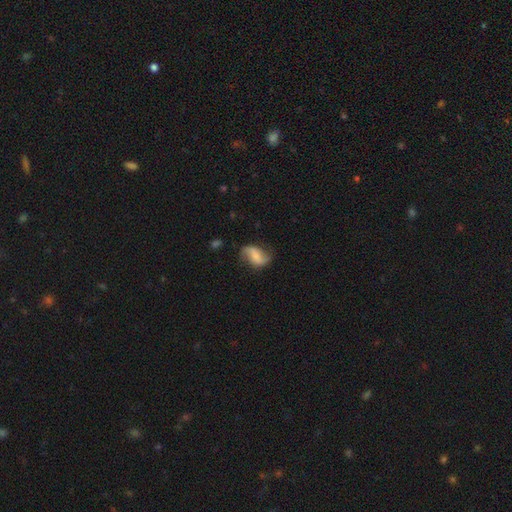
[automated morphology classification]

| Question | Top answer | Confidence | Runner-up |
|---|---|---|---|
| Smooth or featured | featured or disk | 66% | smooth (27%) |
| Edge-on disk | no | 97% | yes (3%) |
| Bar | no | 43% | weak (38%) |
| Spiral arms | yes | 93% | no (7%) |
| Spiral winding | loose | 73% | medium (20%) |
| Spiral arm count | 2 | 91% | can't tell (3%) |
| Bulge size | small | 42% | moderate (26%) |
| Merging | none | 69% | minor disturbance (21%) |